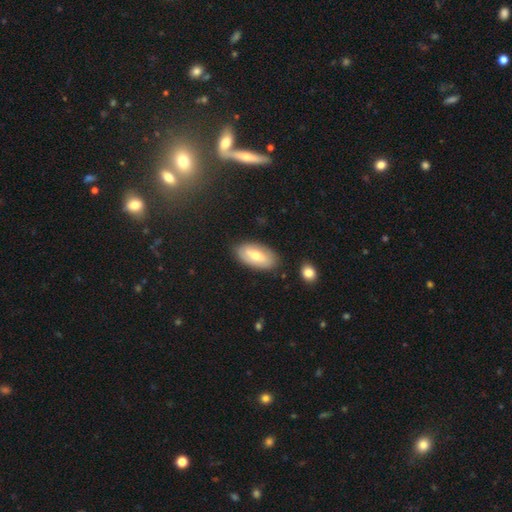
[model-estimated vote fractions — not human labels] This is possibly a smooth galaxy (57%). How rounded: clearly in between (93%). Merging: clearly none (82%).